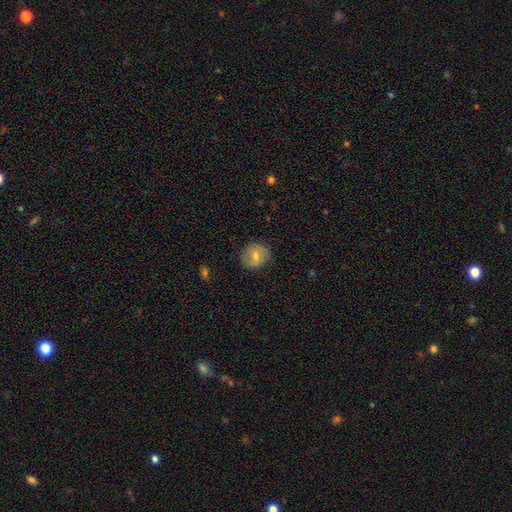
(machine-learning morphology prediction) Smooth or featured? smooth (56%)
How rounded? round (78%)
Merging? none (83%)